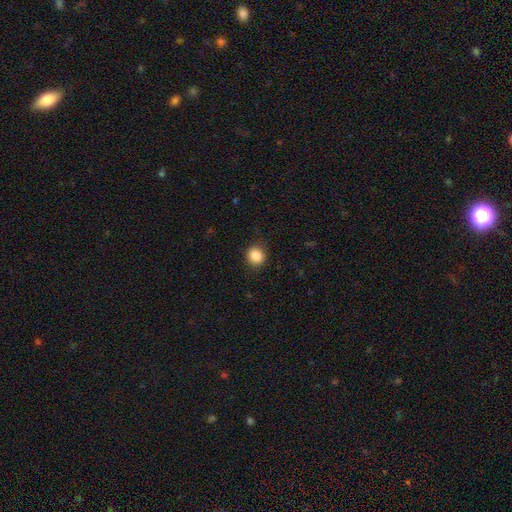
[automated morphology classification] Smooth or featured? smooth (86%)
How rounded? round (82%)
Merging? none (88%)